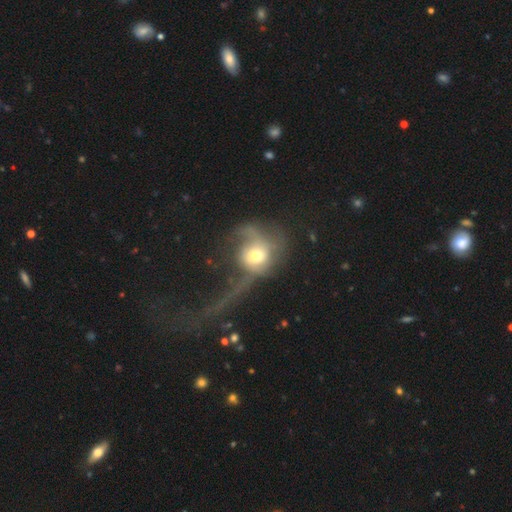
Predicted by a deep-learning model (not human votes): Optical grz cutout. It shows a smooth galaxy with no disk features (47%). Merging: major disturbance (64%).